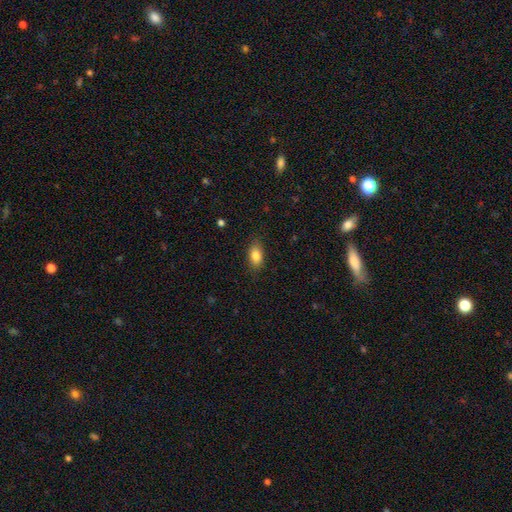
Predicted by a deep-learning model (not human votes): Smooth or featured? Predicted: smooth (p=0.83). How rounded? Predicted: in between (p=0.88). Merging? Predicted: none (p=0.86).